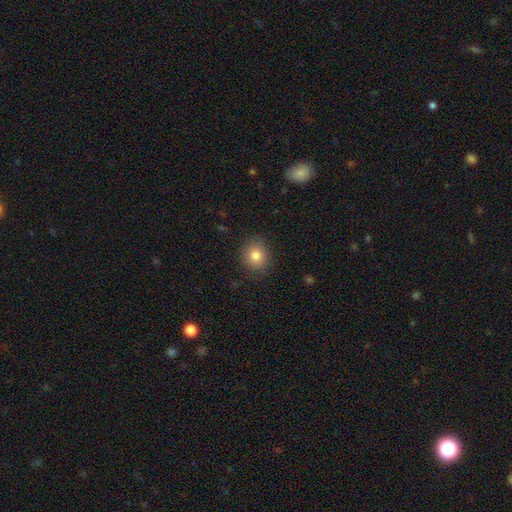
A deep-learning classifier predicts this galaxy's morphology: smooth 82%, star or artifact 11%, featured or disk 8%. Down the decision tree: how rounded — round (75%); merging — none (86%).